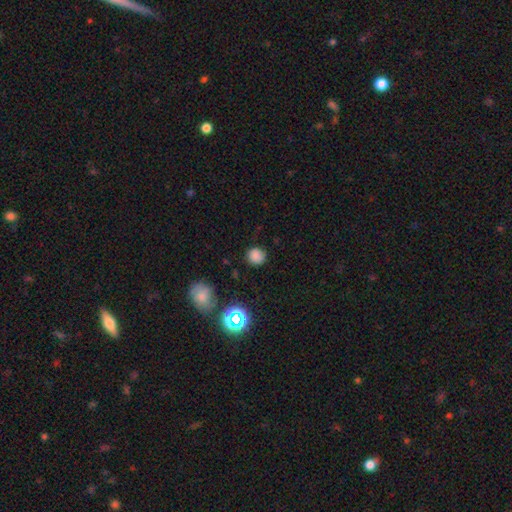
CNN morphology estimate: This is likely a smooth galaxy (78%). How rounded: clearly round (86%). Merging: clearly none (83%).